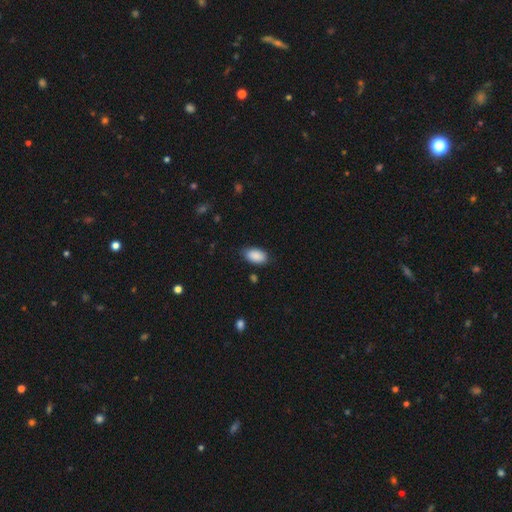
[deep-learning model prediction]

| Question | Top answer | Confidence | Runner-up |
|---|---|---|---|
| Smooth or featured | smooth | 90% | star or artifact (7%) |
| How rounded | in between | 94% | round (5%) |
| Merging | none | 83% | minor disturbance (13%) |